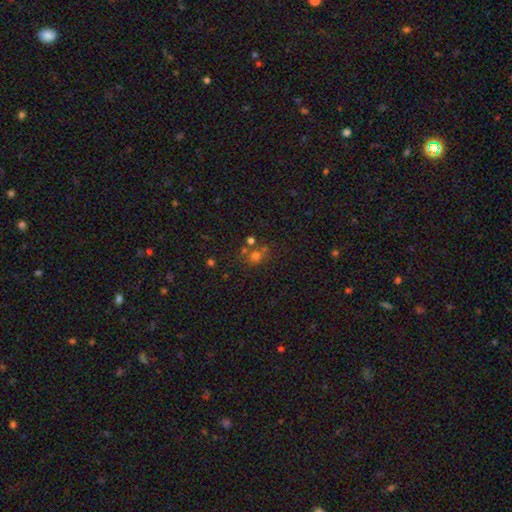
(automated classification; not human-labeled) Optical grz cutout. It shows a smooth galaxy with no disk features (60%) that is round (83%). Merging: none (59%).